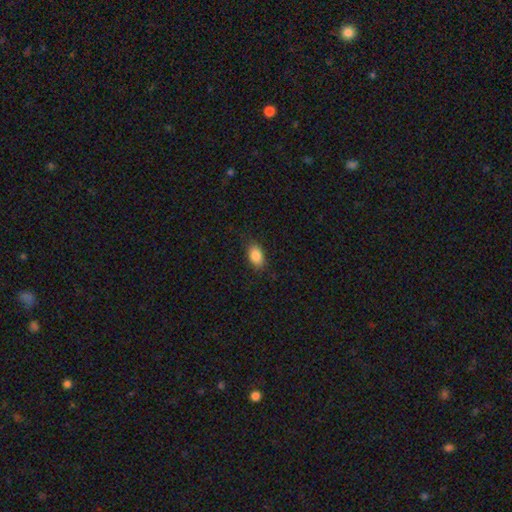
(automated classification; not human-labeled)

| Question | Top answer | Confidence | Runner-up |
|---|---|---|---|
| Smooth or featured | smooth | 86% | star or artifact (8%) |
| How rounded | in between | 88% | round (10%) |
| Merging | none | 83% | minor disturbance (13%) |